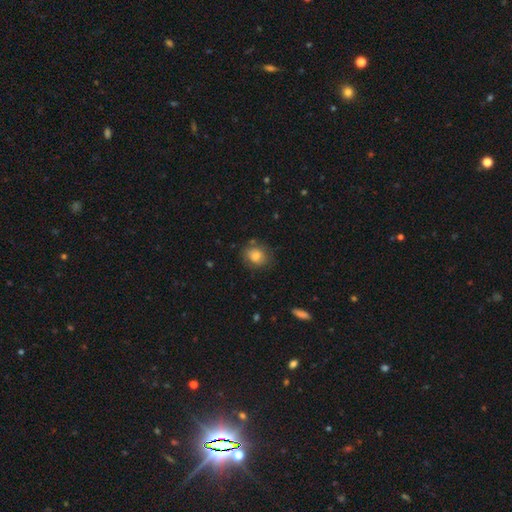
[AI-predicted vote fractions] smooth_or_featured: smooth (p=0.76) [alt: featured or disk p=0.14]
how_rounded: round (p=0.62) [alt: in between p=0.37]
merging: none (p=0.73) [alt: minor disturbance p=0.19]